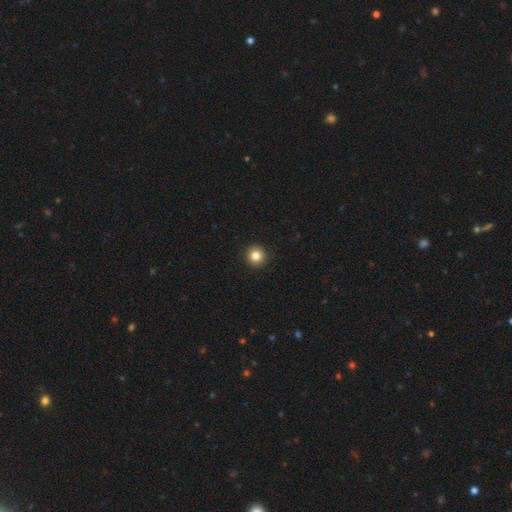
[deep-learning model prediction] Smooth or featured? smooth (84%)
How rounded? round (95%)
Merging? none (93%)